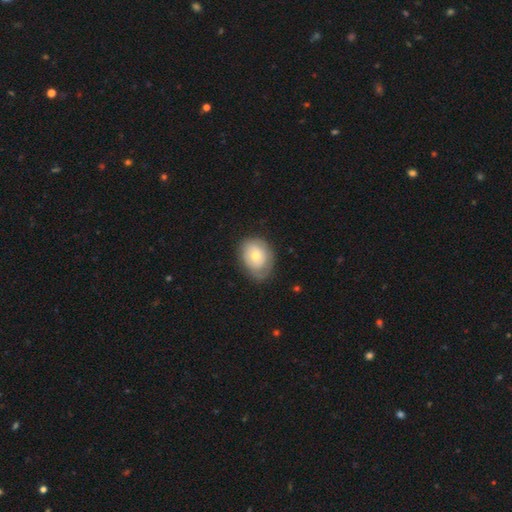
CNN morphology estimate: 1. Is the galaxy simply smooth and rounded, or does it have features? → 58% smooth, 36% featured or disk, 7% star or artifact.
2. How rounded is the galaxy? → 60% in between, 39% round, 1% cigar-shaped.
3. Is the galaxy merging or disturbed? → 64% none, 26% minor disturbance, 8% major disturbance, 1% merger.